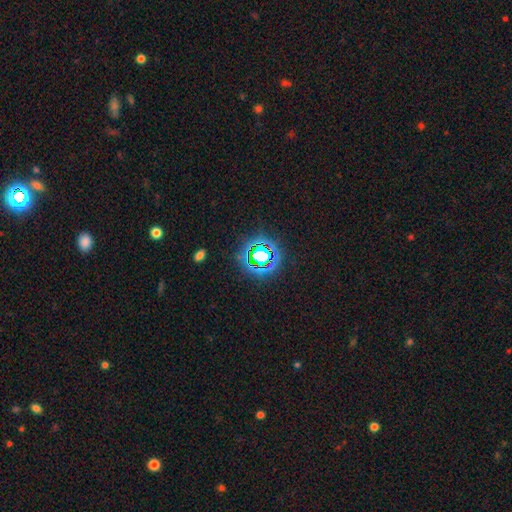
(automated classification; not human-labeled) smooth_or_featured: star or artifact (p=0.76) [alt: smooth p=0.15]